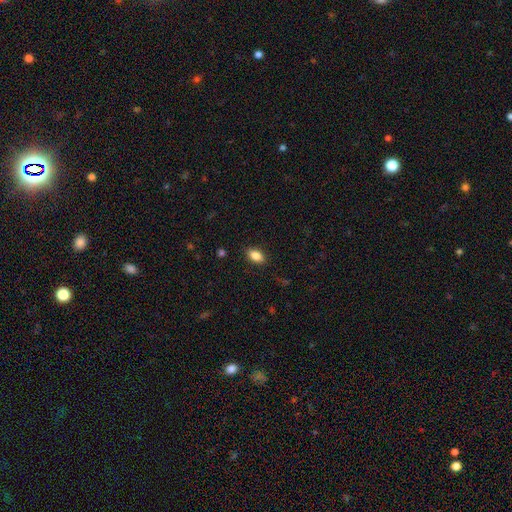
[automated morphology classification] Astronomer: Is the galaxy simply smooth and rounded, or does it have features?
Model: smooth — 86%.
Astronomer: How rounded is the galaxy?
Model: in between — 90%.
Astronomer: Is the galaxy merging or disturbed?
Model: none — 88%.